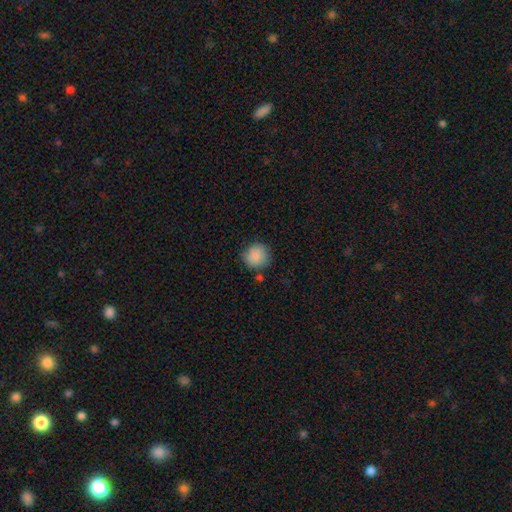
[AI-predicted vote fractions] smooth_or_featured: smooth (p=0.86) [alt: star or artifact p=0.08]
how_rounded: round (p=0.90) [alt: in between p=0.09]
merging: none (p=0.77) [alt: minor disturbance p=0.16]